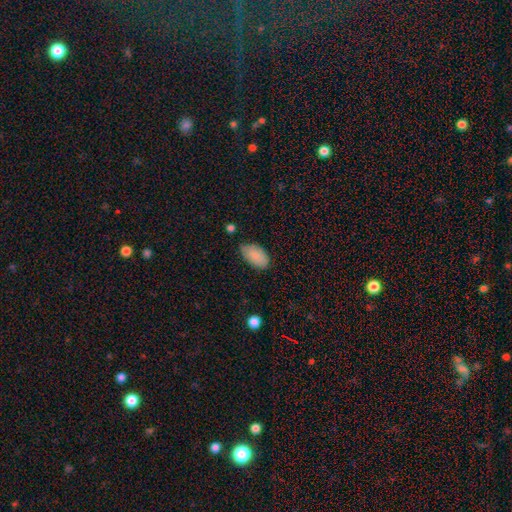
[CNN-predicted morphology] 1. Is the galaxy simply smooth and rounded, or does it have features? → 88% smooth, 7% star or artifact, 6% featured or disk.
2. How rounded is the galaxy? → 95% in between, 3% round, 2% cigar-shaped.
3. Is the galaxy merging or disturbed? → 70% none, 24% minor disturbance, 4% major disturbance, 2% merger.